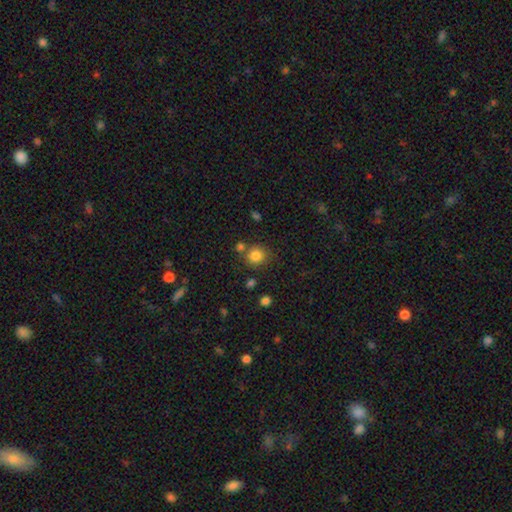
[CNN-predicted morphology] A smooth galaxy with no disk features (83%) that is round (87%). Merging: none (72%).